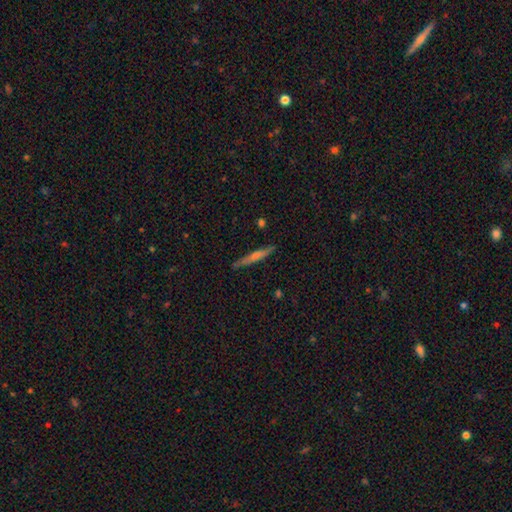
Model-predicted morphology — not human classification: Q: Smooth or featured?
A: featured or disk (52%); runner-up: smooth (41%)
Q: Edge-on disk?
A: yes (96%); runner-up: no (4%)
Q: Merging?
A: none (88%); runner-up: minor disturbance (9%)